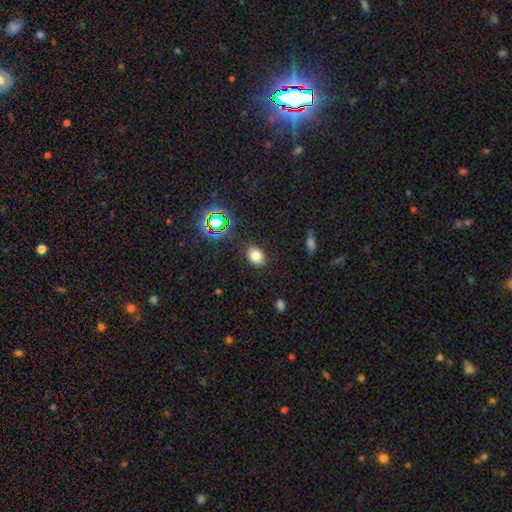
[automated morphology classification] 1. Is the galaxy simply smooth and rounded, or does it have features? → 75% smooth, 16% star or artifact, 8% featured or disk.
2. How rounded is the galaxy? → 64% in between, 35% round, 1% cigar-shaped.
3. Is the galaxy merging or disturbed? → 85% none, 10% minor disturbance, 3% major disturbance, 2% merger.